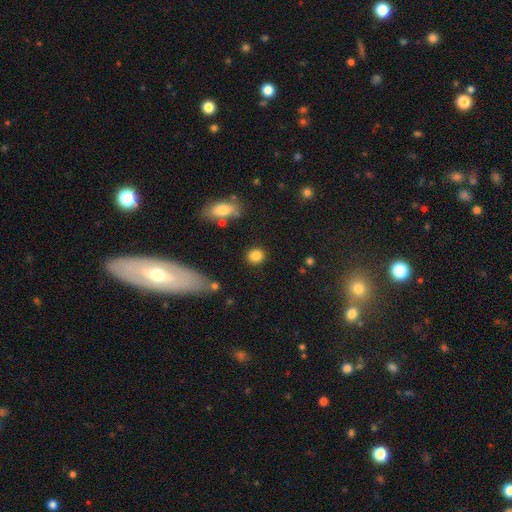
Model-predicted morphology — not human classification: Smooth or featured?
  - smooth: 85% *
  - star or artifact: 10%
  - featured or disk: 5%
How rounded?
  - round: 81% *
  - in between: 18%
  - cigar-shaped: 1%
Merging?
  - none: 87% *
  - minor disturbance: 8%
  - major disturbance: 3%
  - merger: 3%